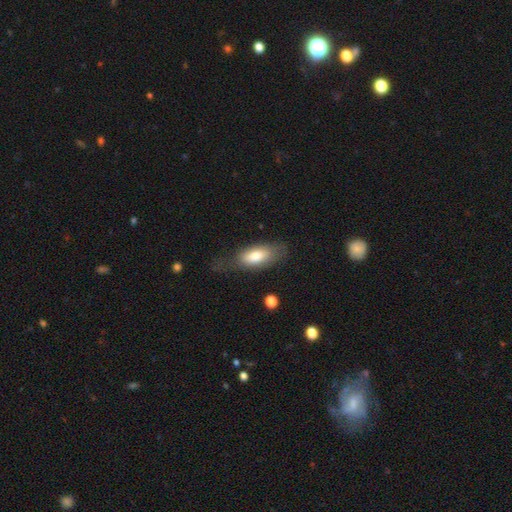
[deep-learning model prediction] A smooth galaxy with no disk features (76%) that is in between round and cigar-shaped (86%).

Vote fractions:
- Smooth or featured? smooth: 76% / featured or disk: 18% / star or artifact: 7%
- How rounded? in between: 86% / cigar-shaped: 11% / round: 3%
- Merging? none: 53% / minor disturbance: 27% / major disturbance: 18% / merger: 2%